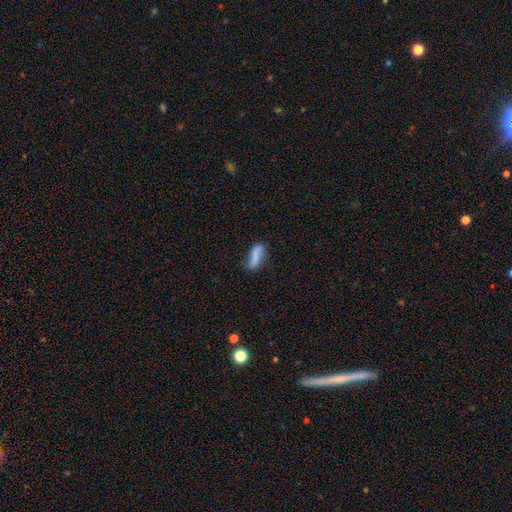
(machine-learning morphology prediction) The model was most divided on "how rounded": in between: 58%, cigar-shaped: 38%, round: 3%. More confident: smooth or featured — smooth (62%); merging — none (57%).